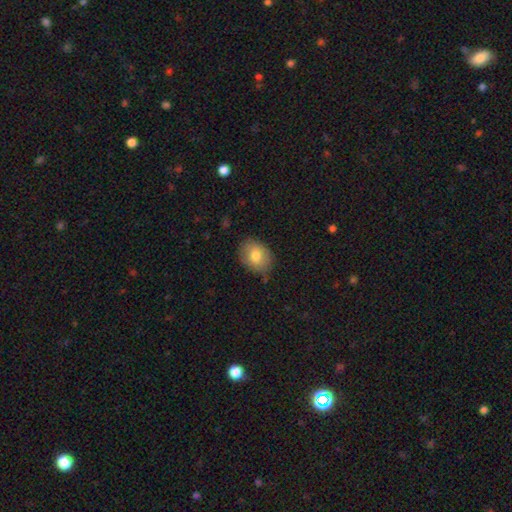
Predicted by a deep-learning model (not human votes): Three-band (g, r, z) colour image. It shows a smooth galaxy with no disk features (77%) that is in between round and cigar-shaped (63%). Merging: none (78%).